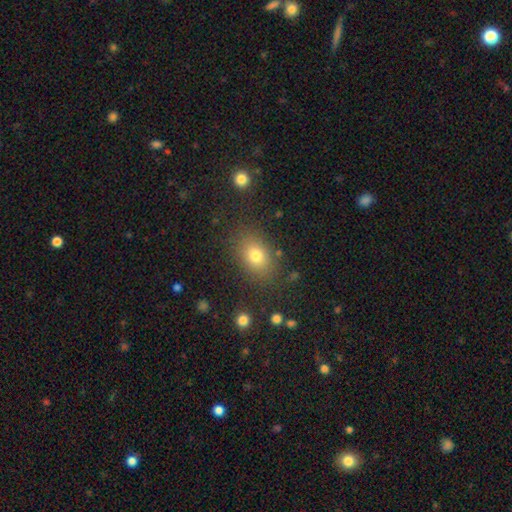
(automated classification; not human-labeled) The model was most divided on "how rounded": in between: 75%, round: 24%, cigar-shaped: 2%. More confident: merging — none (83%); smooth or featured — smooth (77%).